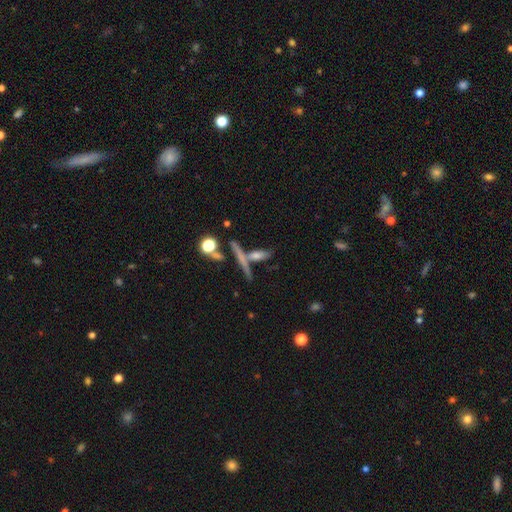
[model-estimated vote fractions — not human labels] smooth 43%, featured or disk 42%, star or artifact 14%. Down the decision tree: merging — none (61%).